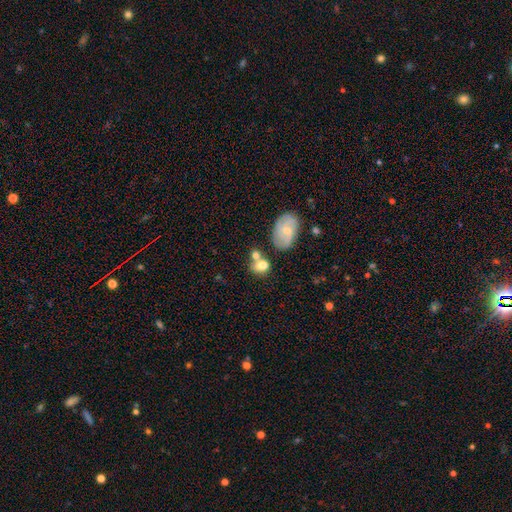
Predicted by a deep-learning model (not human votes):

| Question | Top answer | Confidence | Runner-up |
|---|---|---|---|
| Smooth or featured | smooth | 71% | featured or disk (20%) |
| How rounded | in between | 51% | round (47%) |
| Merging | none | 44% | merger (34%) |